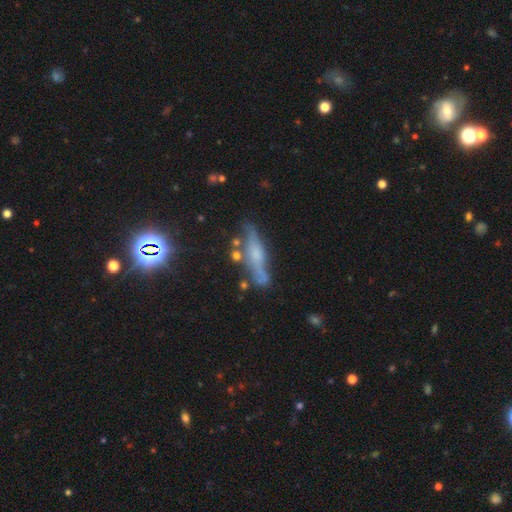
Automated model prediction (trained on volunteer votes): This appears to be a featured or disk galaxy (51%) viewed edge-on (76%). Merging: none (63%).